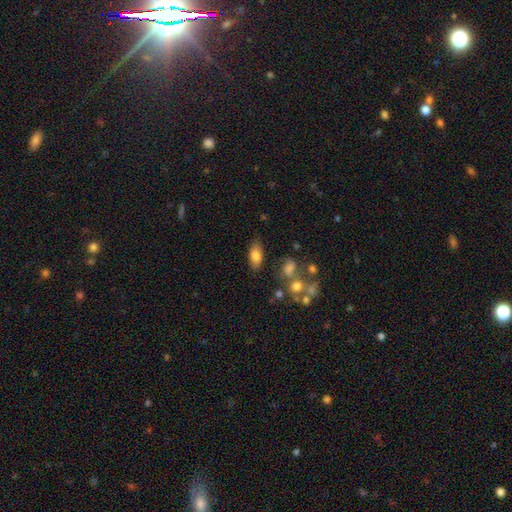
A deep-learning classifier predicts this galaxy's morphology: The model was most divided on "smooth or featured": smooth: 77%, featured or disk: 14%, star or artifact: 9%. More confident: how rounded — in between (87%); merging — none (77%).